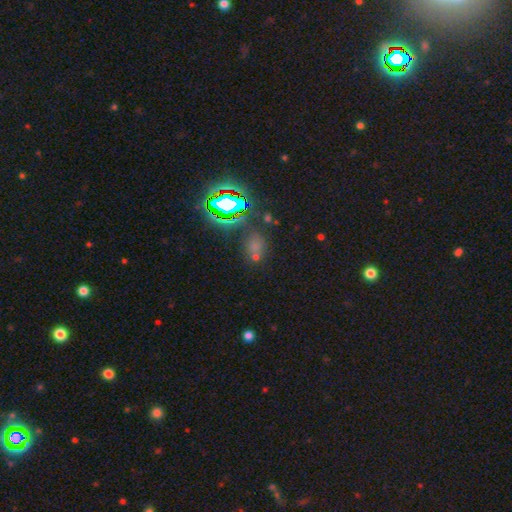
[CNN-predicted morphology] The model was most divided on "smooth or featured": star or artifact: 52%, smooth: 38%, featured or disk: 10%.